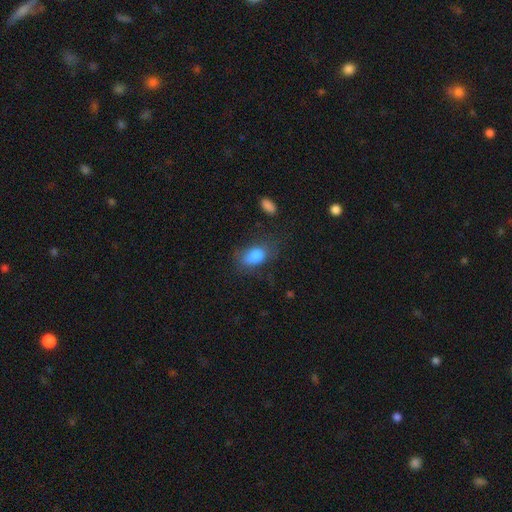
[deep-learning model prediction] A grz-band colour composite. It shows a smooth galaxy with no disk features (80%) that is in between round and cigar-shaped (84%). Merging: none (55%).